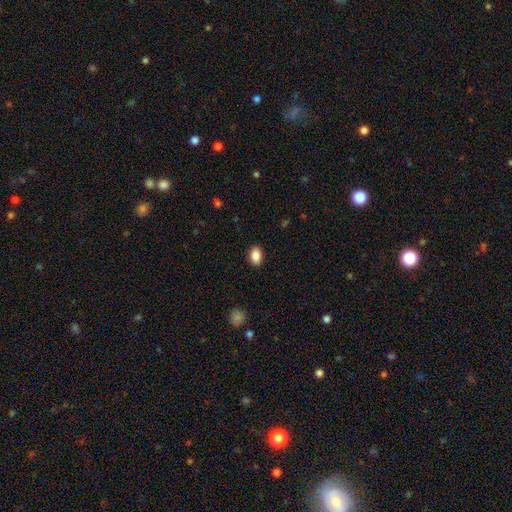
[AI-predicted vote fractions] smooth 87%, star or artifact 8%, featured or disk 5%. Down the decision tree: how rounded — in between (88%); merging — none (89%).